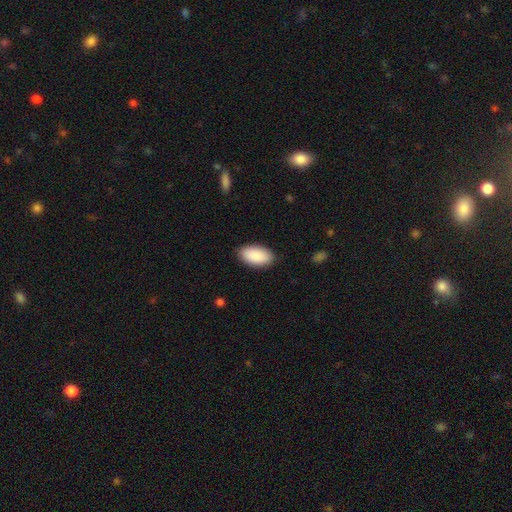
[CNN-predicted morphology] This is clearly a smooth galaxy (90%). How rounded: clearly in between (95%). Merging: clearly none (87%).